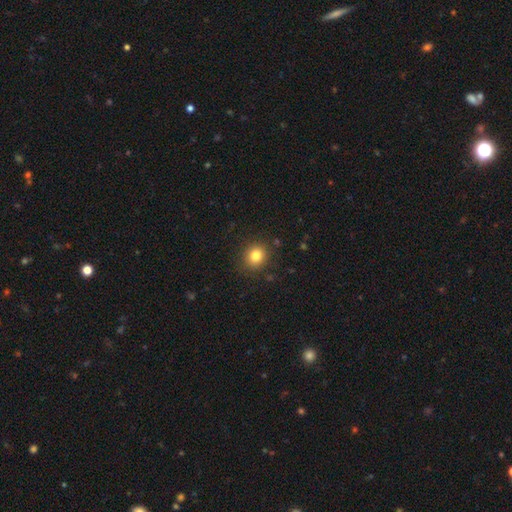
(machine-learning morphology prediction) Q: Smooth or featured?
A: smooth (81%); runner-up: star or artifact (12%)
Q: How rounded?
A: round (80%); runner-up: in between (19%)
Q: Merging?
A: none (88%); runner-up: minor disturbance (8%)